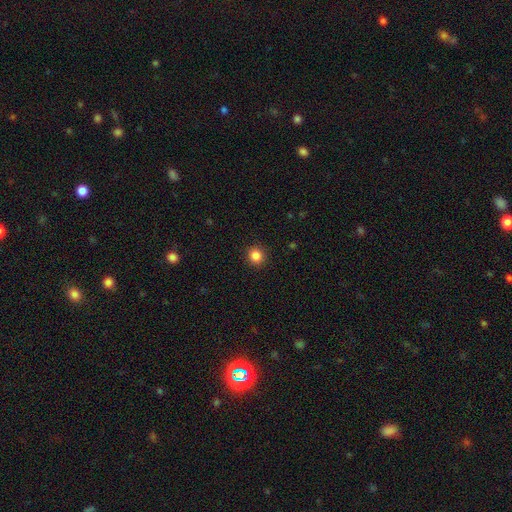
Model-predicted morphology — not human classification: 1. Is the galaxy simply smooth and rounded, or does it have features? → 85% smooth, 11% star or artifact, 4% featured or disk.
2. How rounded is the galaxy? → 91% round, 8% in between, 1% cigar-shaped.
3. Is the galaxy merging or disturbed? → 92% none, 5% minor disturbance, 2% major disturbance, 1% merger.